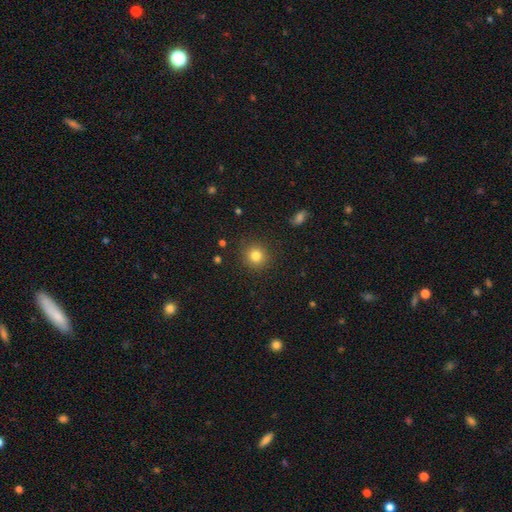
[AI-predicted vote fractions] Smooth or featured? smooth (82%)
How rounded? round (92%)
Merging? none (89%)